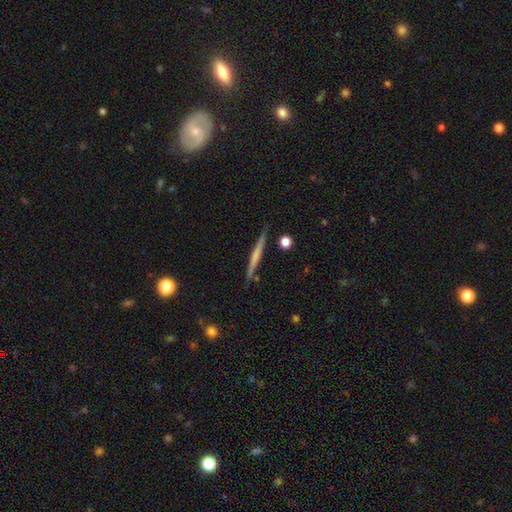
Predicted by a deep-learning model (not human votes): Morphology: type=featured or disk (51%); edge-on=yes (97%); merging=none (87%).